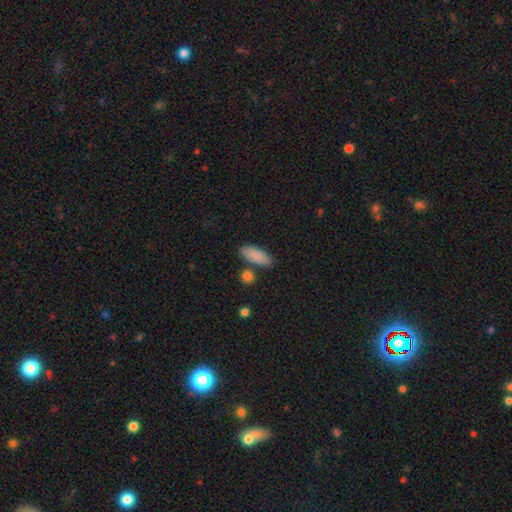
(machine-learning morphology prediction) A smooth galaxy with no disk features (87%) that is in between round and cigar-shaped (71%).

Vote fractions:
- Smooth or featured? smooth: 87% / star or artifact: 7% / featured or disk: 6%
- How rounded? in between: 71% / cigar-shaped: 26% / round: 3%
- Merging? none: 76% / minor disturbance: 13% / merger: 7% / major disturbance: 3%